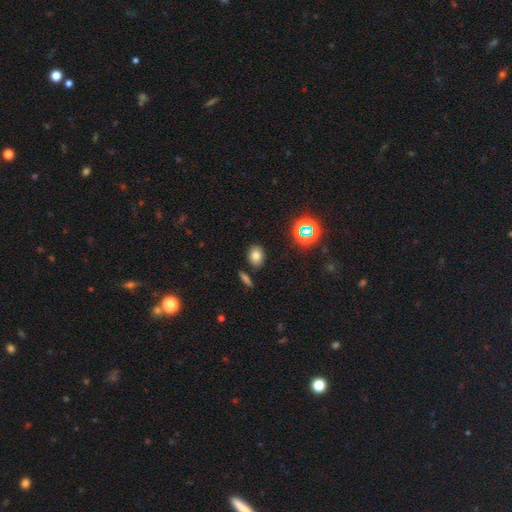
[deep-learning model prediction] Morphology: type=smooth (73%); roundness=in between (56%); merging=none (85%).